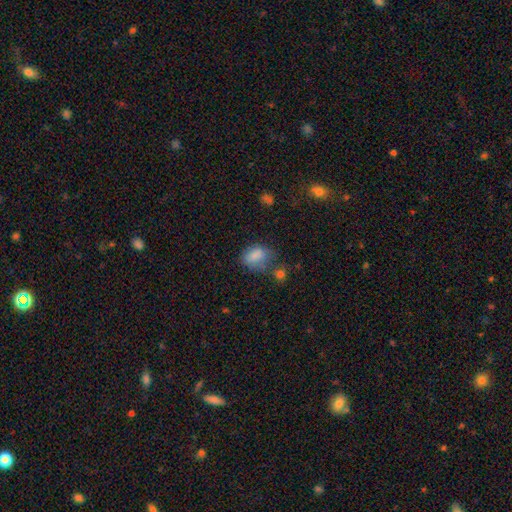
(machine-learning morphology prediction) type=smooth (80%); roundness=in between (76%); merging=none (49%).